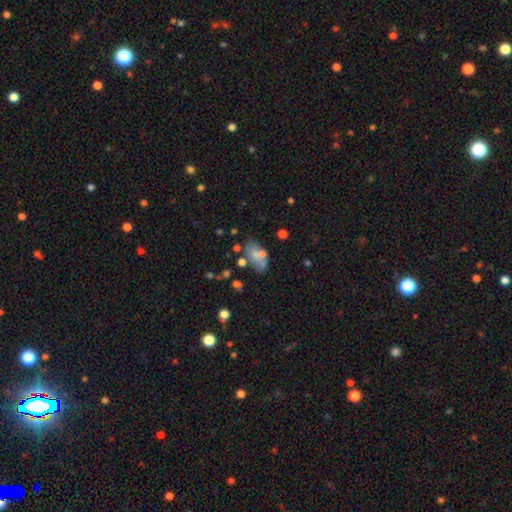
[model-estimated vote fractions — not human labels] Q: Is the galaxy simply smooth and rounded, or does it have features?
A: smooth — 58%.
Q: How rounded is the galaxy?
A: in between — 89%.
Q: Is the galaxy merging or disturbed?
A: none — 41%.